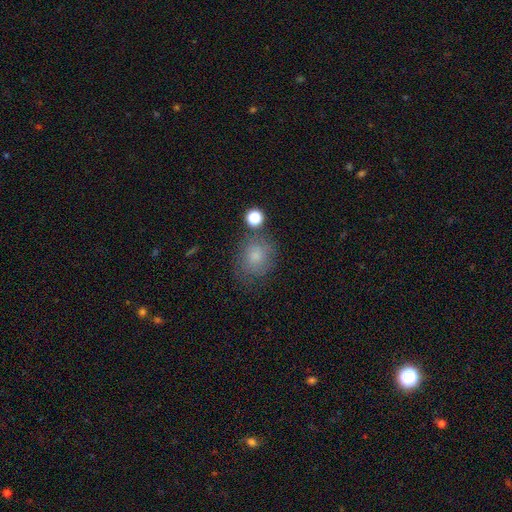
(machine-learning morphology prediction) Smooth or featured?
  - smooth: 75% *
  - featured or disk: 13%
  - star or artifact: 12%
How rounded?
  - round: 69% *
  - in between: 30%
  - cigar-shaped: 1%
Merging?
  - none: 65% *
  - minor disturbance: 19%
  - major disturbance: 8%
  - merger: 8%